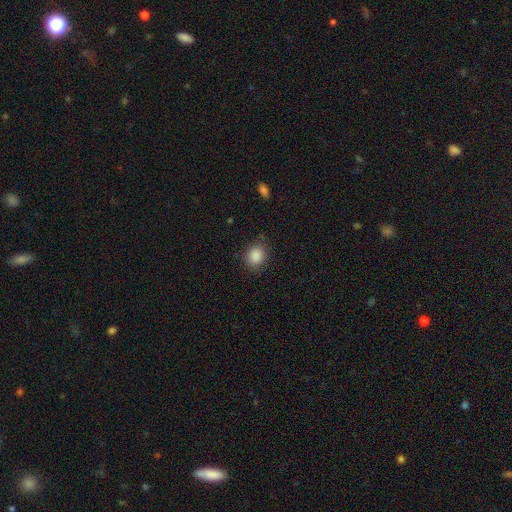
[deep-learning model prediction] This is clearly a smooth galaxy (87%). How rounded: likely round (69%). Merging: clearly none (83%).